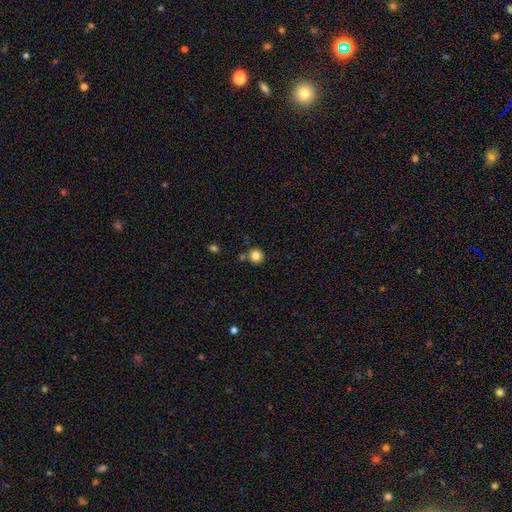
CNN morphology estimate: Overall: smooth (83%). How rounded: round (93%). Merging: none (80%).